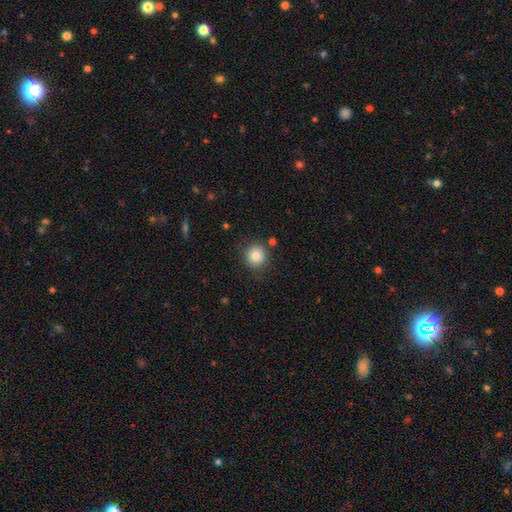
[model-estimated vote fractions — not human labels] Q: Smooth or featured?
A: smooth (84%); runner-up: star or artifact (10%)
Q: How rounded?
A: round (92%); runner-up: in between (7%)
Q: Merging?
A: none (85%); runner-up: minor disturbance (9%)